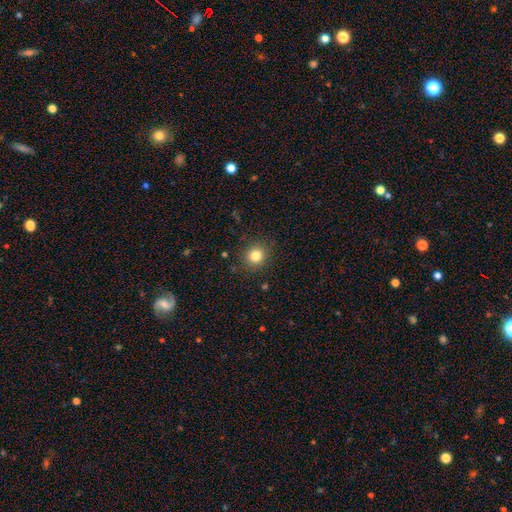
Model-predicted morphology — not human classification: smooth-or-featured: smooth: 82% | star or artifact: 12% | featured or disk: 6%
  how-rounded: round: 90% | in between: 9% | cigar-shaped: 1%
  merging: none: 89% | minor disturbance: 7% | major disturbance: 3% | merger: 1%